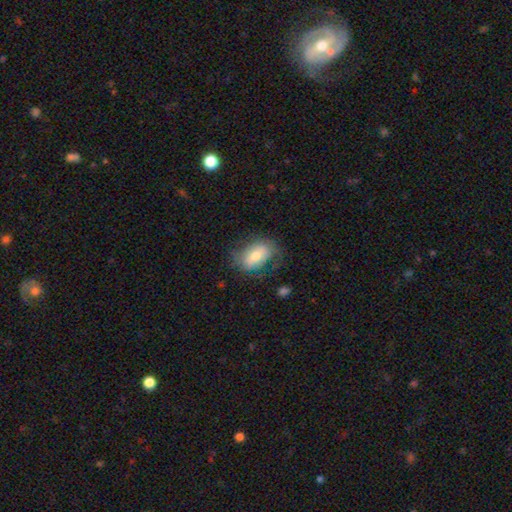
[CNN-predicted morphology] Smooth or featured? smooth (65%)
How rounded? in between (87%)
Merging? none (66%)